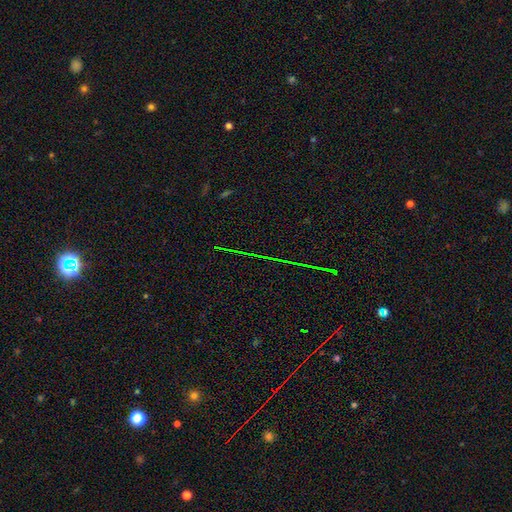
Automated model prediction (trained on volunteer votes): This appears to be a star or artifact, not a galaxy (81%).